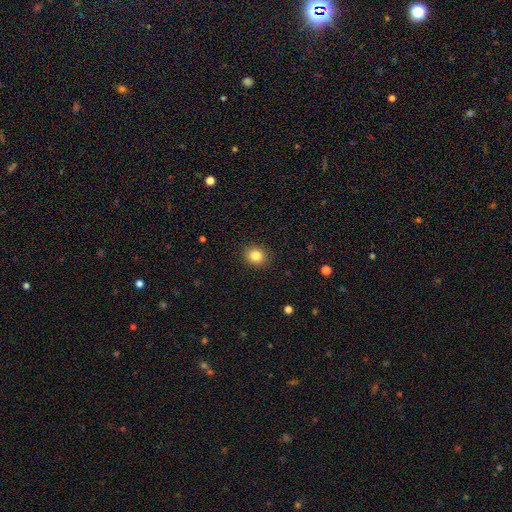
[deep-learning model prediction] Smooth or featured? Predicted: smooth (p=0.84). How rounded? Predicted: round (p=0.73). Merging? Predicted: none (p=0.90).